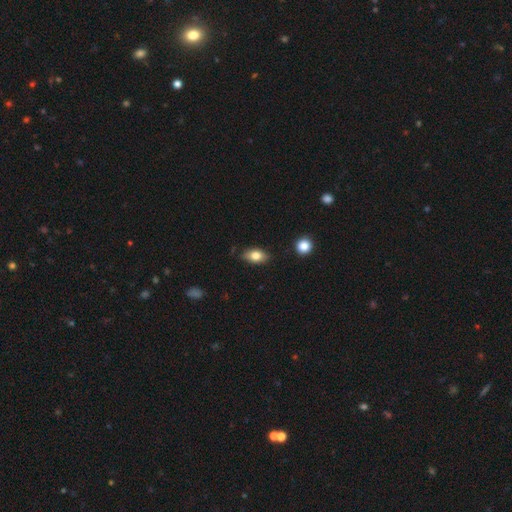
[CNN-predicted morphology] Smooth or featured? smooth (80%)
How rounded? in between (87%)
Merging? none (80%)